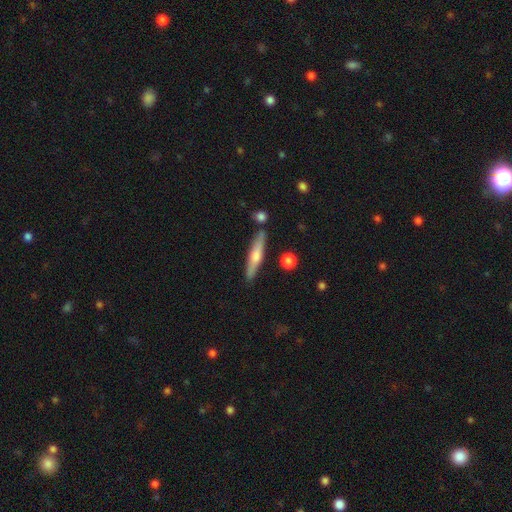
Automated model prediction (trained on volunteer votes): Smooth or featured?
  - featured or disk: 52% *
  - smooth: 41%
  - star or artifact: 7%
Edge-on disk?
  - yes: 93% *
  - no: 7%
Merging?
  - none: 84% *
  - minor disturbance: 10%
  - merger: 4%
  - major disturbance: 2%